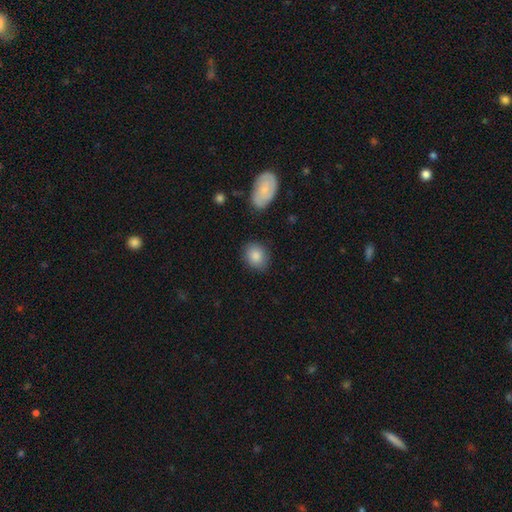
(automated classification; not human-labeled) Smooth or featured: smooth — 86% (star or artifact — 7%)
How rounded: round — 57% (in between — 41%)
Merging: none — 84% (minor disturbance — 11%)